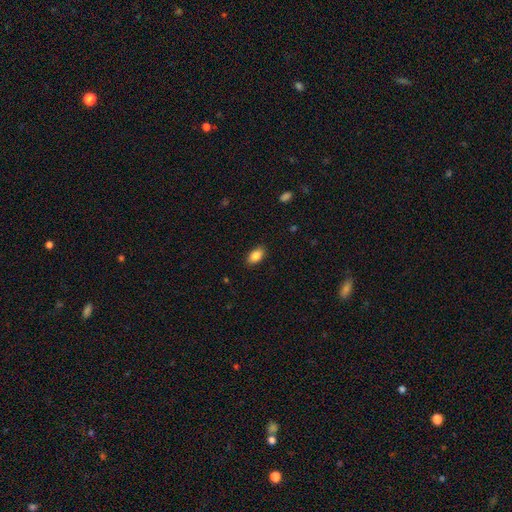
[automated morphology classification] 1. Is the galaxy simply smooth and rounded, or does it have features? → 85% smooth, 8% star or artifact, 7% featured or disk.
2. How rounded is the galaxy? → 91% in between, 6% round, 2% cigar-shaped.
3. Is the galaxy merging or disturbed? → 88% none, 9% minor disturbance, 2% major disturbance, 1% merger.